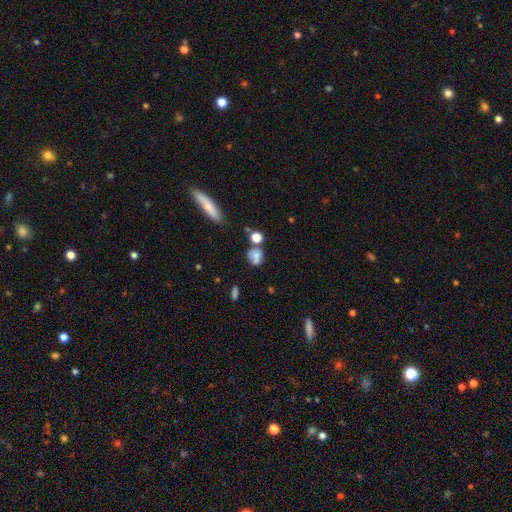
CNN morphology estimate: smooth-or-featured: smooth: 67% | featured or disk: 20% | star or artifact: 13%
  how-rounded: round: 66% | in between: 32% | cigar-shaped: 3%
  merging: none: 46% | merger: 29% | minor disturbance: 17% | major disturbance: 8%